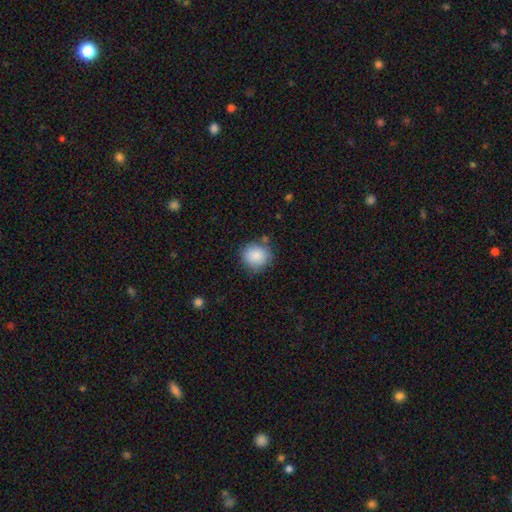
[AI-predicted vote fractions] A smooth galaxy with no disk features (88%) that is round (86%).

Vote fractions:
- Smooth or featured? smooth: 88% / star or artifact: 8% / featured or disk: 4%
- How rounded? round: 86% / in between: 13% / cigar-shaped: 1%
- Merging? none: 81% / minor disturbance: 13% / major disturbance: 3% / merger: 3%